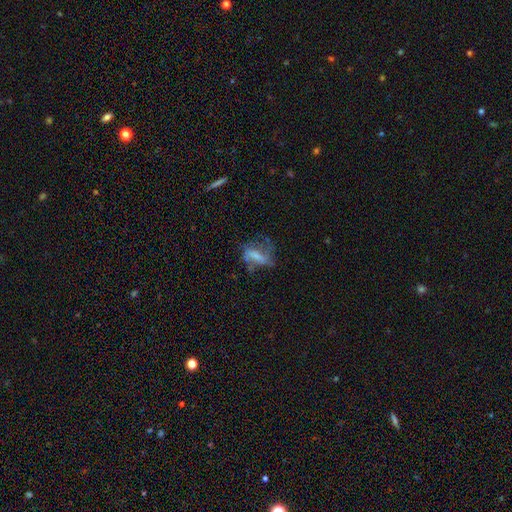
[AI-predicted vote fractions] Morphology: type=featured or disk (47%); merging=none (35%).